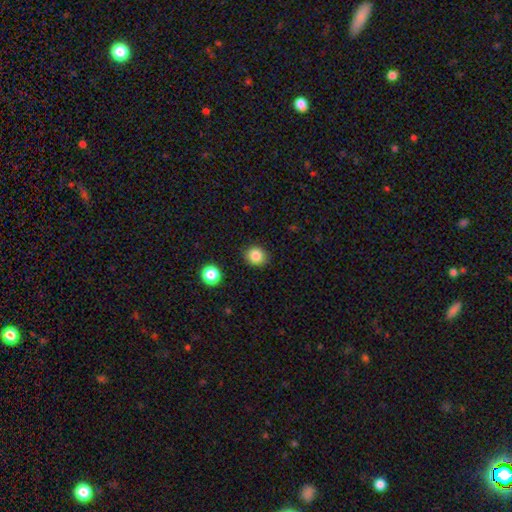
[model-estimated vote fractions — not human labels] Smooth or featured?
  - smooth: 85% *
  - star or artifact: 11%
  - featured or disk: 5%
How rounded?
  - round: 83% *
  - in between: 17%
  - cigar-shaped: 1%
Merging?
  - none: 88% *
  - minor disturbance: 8%
  - major disturbance: 2%
  - merger: 2%